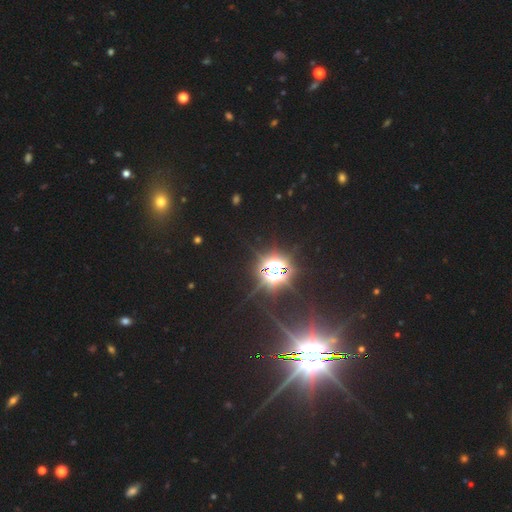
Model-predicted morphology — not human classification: A star or artifact, not a galaxy (80%).

Vote fractions:
- Smooth or featured? star or artifact: 80% / smooth: 12% / featured or disk: 8%